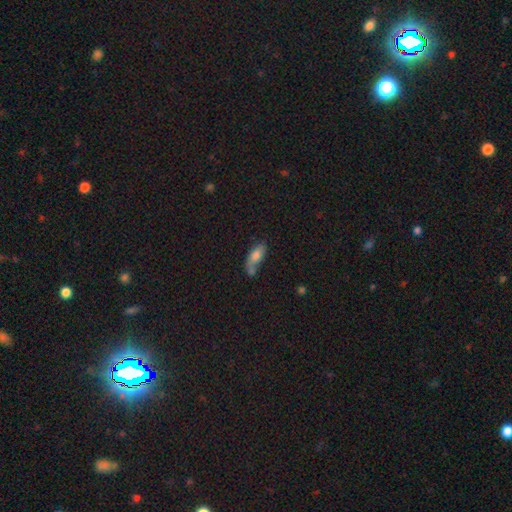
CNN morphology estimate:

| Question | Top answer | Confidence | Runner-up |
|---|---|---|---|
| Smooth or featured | smooth | 72% | featured or disk (19%) |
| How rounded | in between | 77% | cigar-shaped (19%) |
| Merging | none | 39% | merger (25%) |